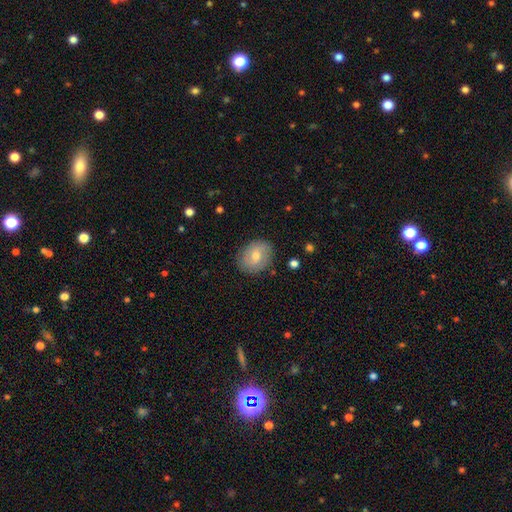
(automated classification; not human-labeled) Smooth or featured? smooth (52%)
How rounded? in between (54%)
Merging? none (84%)